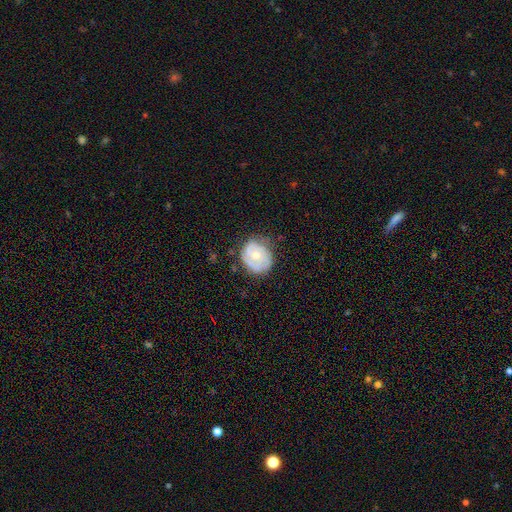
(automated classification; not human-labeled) Smooth or featured?
  - featured or disk: 58% *
  - smooth: 35%
  - star or artifact: 6%
Edge-on disk?
  - no: 97% *
  - yes: 3%
Bar?
  - no: 81% *
  - weak: 17%
  - strong: 3%
Spiral arms?
  - yes: 71% *
  - no: 29%
Bulge size?
  - moderate: 56% *
  - small: 39%
  - large: 2%
  - none: 2%
  - dominant: 1%
Merging?
  - none: 60% *
  - minor disturbance: 28%
  - major disturbance: 10%
  - merger: 2%